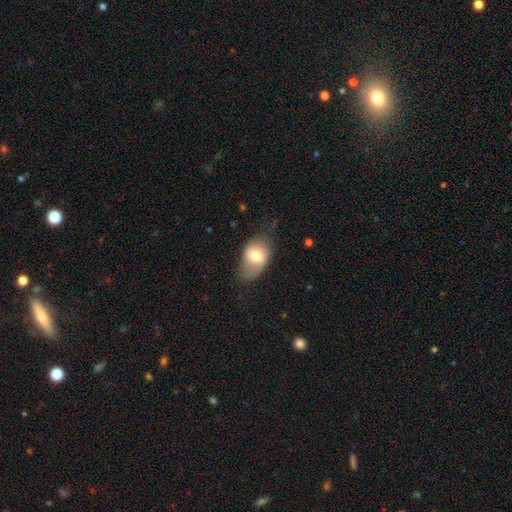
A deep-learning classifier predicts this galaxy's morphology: A smooth galaxy with no disk features (68%) that is in between round and cigar-shaped (83%).

Vote fractions:
- Smooth or featured? smooth: 68% / featured or disk: 25% / star or artifact: 7%
- How rounded? in between: 83% / round: 16% / cigar-shaped: 1%
- Merging? none: 60% / minor disturbance: 28% / major disturbance: 11% / merger: 1%